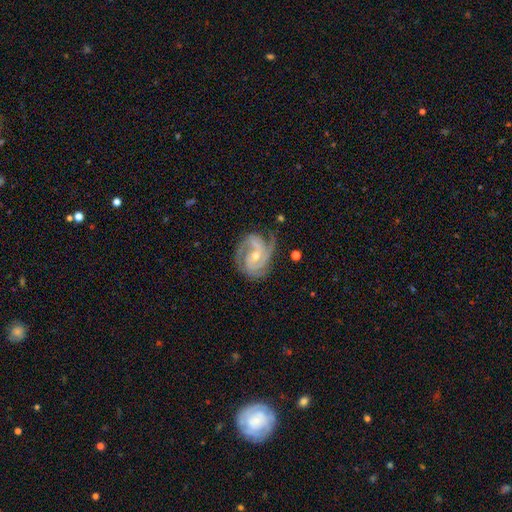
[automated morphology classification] featured or disk 92%, star or artifact 5%, smooth 4%. Down the decision tree: edge-on disk — no (98%); bar — no (50%); spiral arms — yes (98%); spiral arm count — 3 (43%); spiral winding — tight (56%); bulge size — small (53%); merging — none (71%).